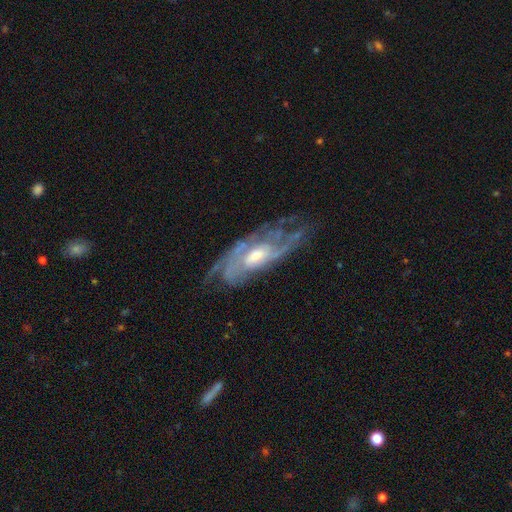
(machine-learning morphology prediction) type=featured or disk (86%); edge-on=no (88%); bar=no (56%); spiral arms=yes (93%); winding=tight (47%); arm count=can't tell (37%); bulge=moderate (62%); merging=none (63%).